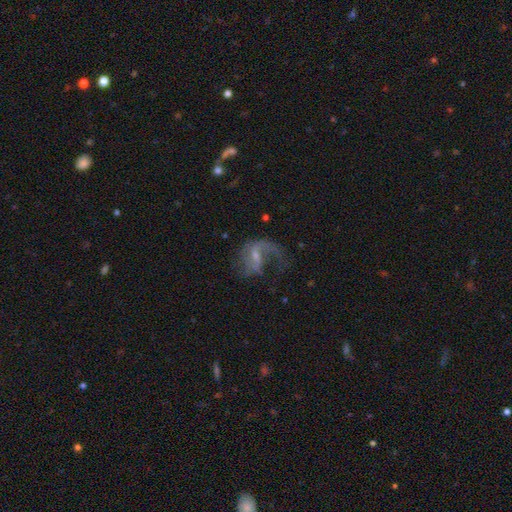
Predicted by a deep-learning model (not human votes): The model was most divided on "merging": major disturbance: 42%, none: 38%, minor disturbance: 17%, merger: 3%. Remaining: edge-on disk — no (98%); spiral arms — yes (88%); smooth or featured — featured or disk (79%); spiral winding — loose (66%); bulge size — small (57%); bar — weak (54%); spiral arm count — 1 (47%).